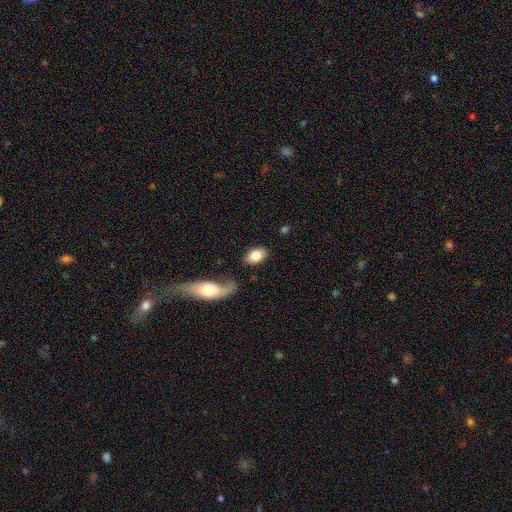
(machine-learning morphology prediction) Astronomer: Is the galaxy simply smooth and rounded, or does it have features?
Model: smooth — 81%.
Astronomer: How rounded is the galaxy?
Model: in between — 87%.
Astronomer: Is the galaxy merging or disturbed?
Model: none — 76%.